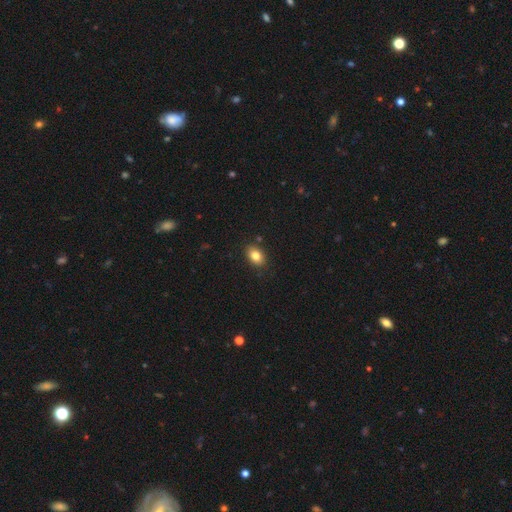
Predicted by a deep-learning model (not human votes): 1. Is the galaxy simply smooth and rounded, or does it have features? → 82% smooth, 10% star or artifact, 9% featured or disk.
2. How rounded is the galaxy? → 79% in between, 20% round, 1% cigar-shaped.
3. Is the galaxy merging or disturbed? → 86% none, 10% minor disturbance, 2% merger, 2% major disturbance.